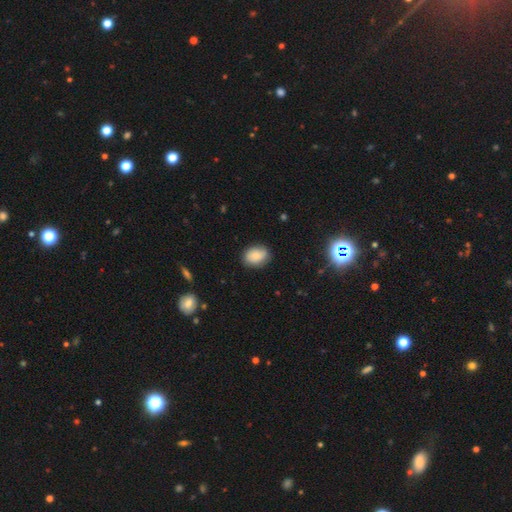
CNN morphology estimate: The model was most divided on "how rounded": in between: 75%, round: 24%, cigar-shaped: 1%. More confident: smooth or featured — smooth (84%); merging — none (83%).